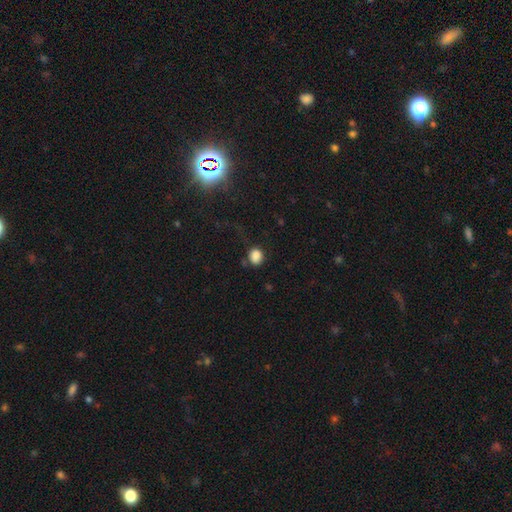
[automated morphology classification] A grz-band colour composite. It shows a smooth galaxy with no disk features (84%) that is round (58%). Merging: none (62%).